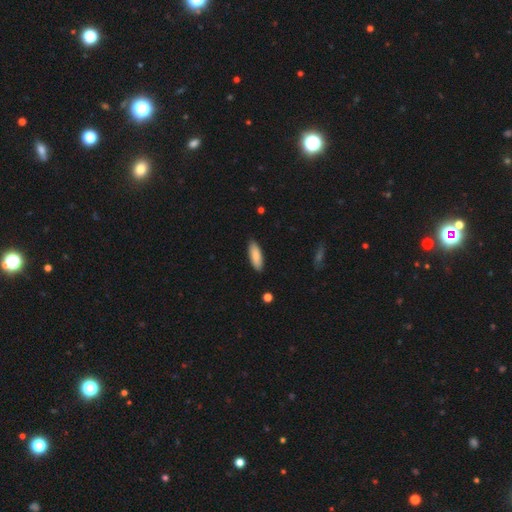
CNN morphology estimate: smooth 85%, featured or disk 9%, star or artifact 6%. Down the decision tree: how rounded — in between (62%); merging — none (87%).